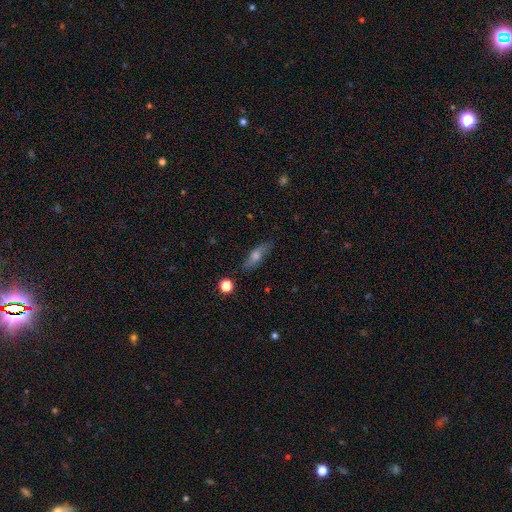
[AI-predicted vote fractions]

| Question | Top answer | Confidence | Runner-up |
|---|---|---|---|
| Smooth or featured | smooth | 57% | featured or disk (34%) |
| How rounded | cigar-shaped | 52% | in between (44%) |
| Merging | none | 83% | minor disturbance (12%) |